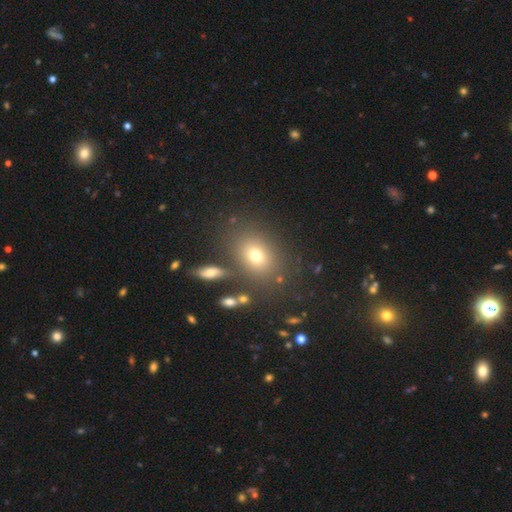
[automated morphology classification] The model was most divided on "how rounded": in between: 61%, round: 37%, cigar-shaped: 2%. More confident: merging — none (79%); smooth or featured — smooth (71%).